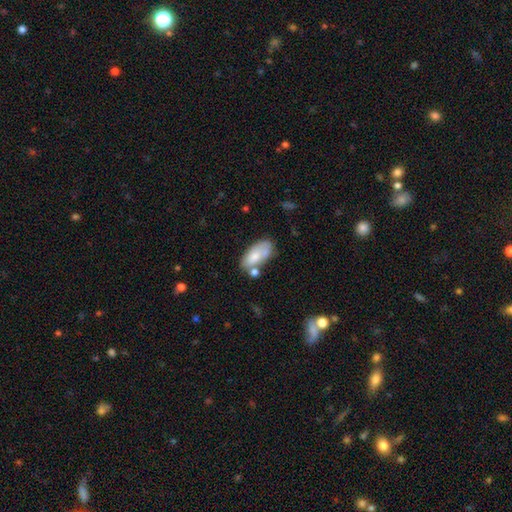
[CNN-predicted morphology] Smooth or featured?
  - smooth: 75% *
  - featured or disk: 19%
  - star or artifact: 7%
How rounded?
  - in between: 90% *
  - cigar-shaped: 7%
  - round: 3%
Merging?
  - none: 50% *
  - minor disturbance: 23%
  - merger: 19%
  - major disturbance: 8%